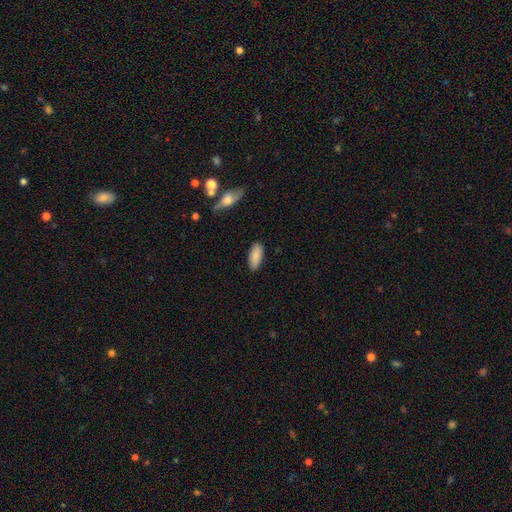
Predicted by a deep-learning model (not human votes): Overall: smooth (86%). How rounded: in between (83%). Merging: none (86%).